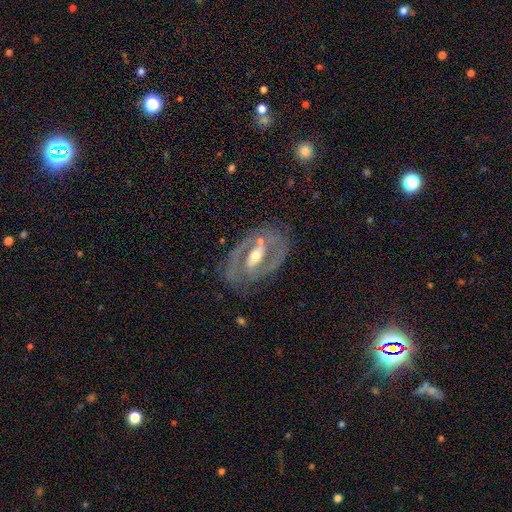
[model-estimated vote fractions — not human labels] Smooth or featured? Predicted: featured or disk (p=0.84). Edge-on disk? Predicted: no (p=0.93). Bar? Predicted: strong (p=0.45). Spiral arms? Predicted: yes (p=0.73). Spiral winding? Predicted: medium (p=0.44). Spiral arm count? Predicted: 2 (p=0.79). Bulge size? Predicted: moderate (p=0.65). Merging? Predicted: none (p=0.72).